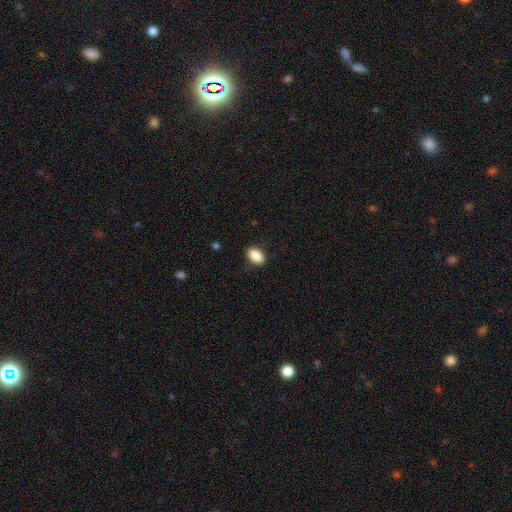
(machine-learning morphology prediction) Smooth or featured? Predicted: smooth (p=0.89). How rounded? Predicted: in between (p=0.90). Merging? Predicted: none (p=0.86).